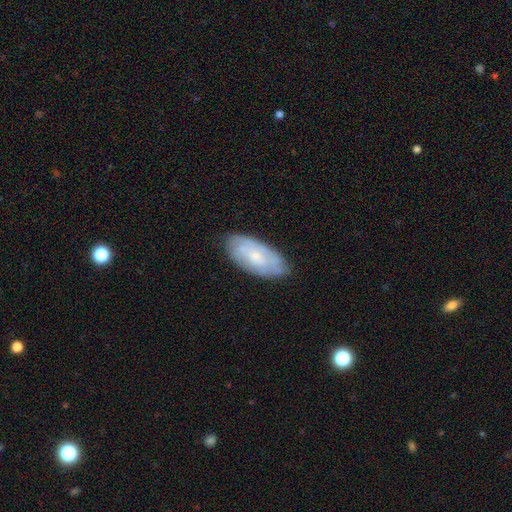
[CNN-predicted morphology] smooth-or-featured: featured or disk: 52% | smooth: 41% | star or artifact: 7%
  disk-edge-on: no: 91% | yes: 9%
  merging: none: 78% | minor disturbance: 18% | major disturbance: 4% | merger: 1%